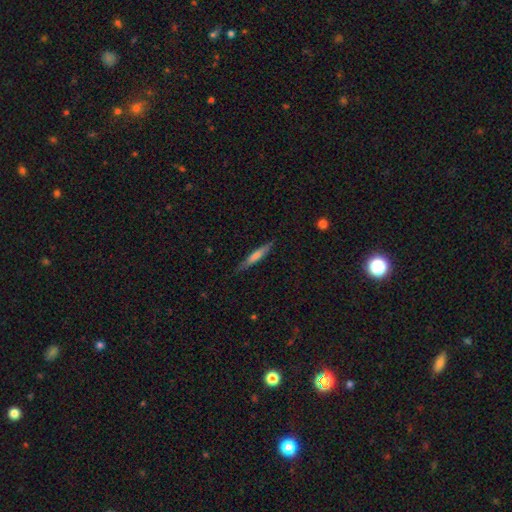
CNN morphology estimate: A featured or disk galaxy (49%). Merging: none (86%).